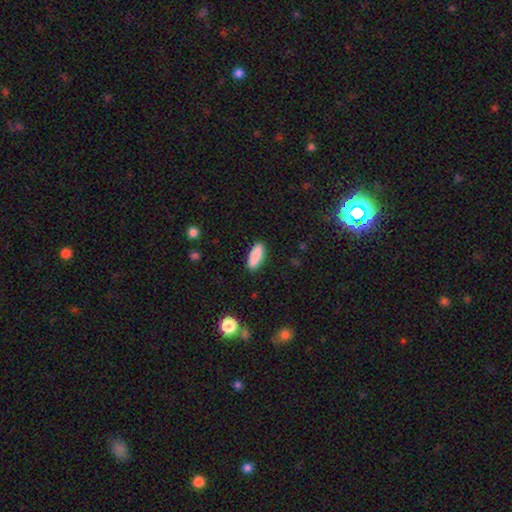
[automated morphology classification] Q: Smooth or featured?
A: smooth (88%); runner-up: star or artifact (6%)
Q: How rounded?
A: in between (56%); runner-up: cigar-shaped (42%)
Q: Merging?
A: none (89%); runner-up: minor disturbance (8%)